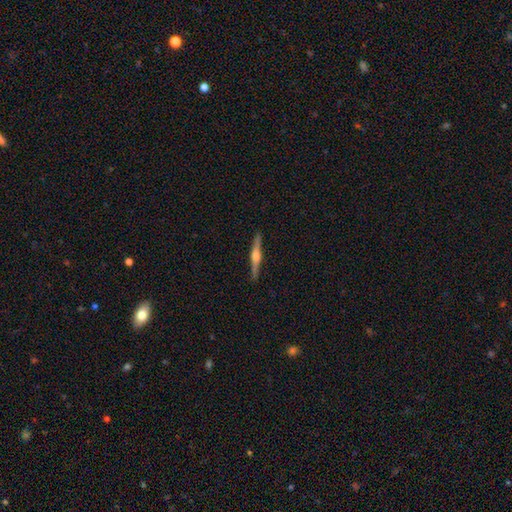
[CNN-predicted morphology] Smooth or featured: featured or disk — 79% (smooth — 16%)
Edge-on disk: yes — 98% (no — 2%)
Edge-on bulge: rounded — 83% (boxy — 13%)
Merging: none — 92% (minor disturbance — 6%)